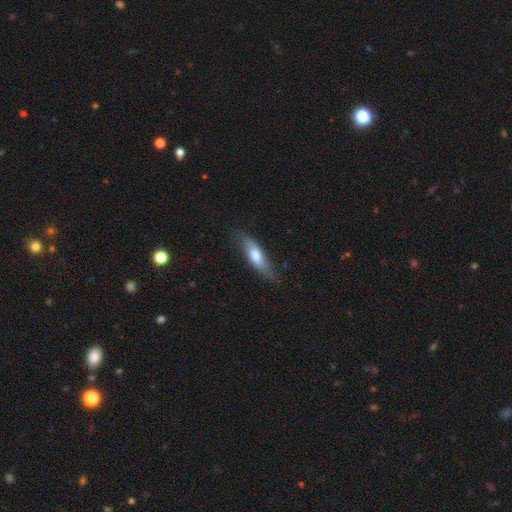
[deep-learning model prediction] A smooth galaxy with no disk features (69%) that is in between round and cigar-shaped (50%).

Vote fractions:
- Smooth or featured? smooth: 69% / featured or disk: 25% / star or artifact: 6%
- How rounded? in between: 50% / cigar-shaped: 48% / round: 2%
- Merging? none: 68% / minor disturbance: 25% / major disturbance: 6% / merger: 1%